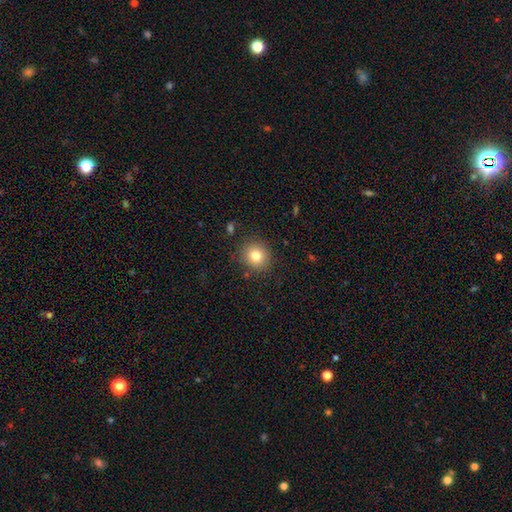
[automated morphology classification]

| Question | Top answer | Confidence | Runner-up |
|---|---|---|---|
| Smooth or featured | smooth | 80% | star or artifact (11%) |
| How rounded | round | 89% | in between (10%) |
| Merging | none | 87% | minor disturbance (9%) |